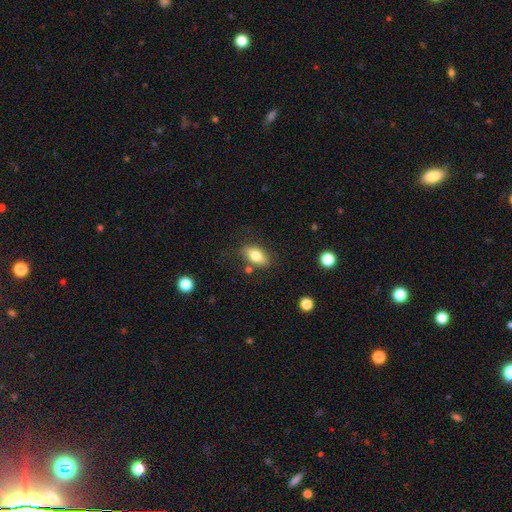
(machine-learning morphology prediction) smooth-or-featured: smooth: 77% | featured or disk: 15% | star or artifact: 8%
  how-rounded: in between: 87% | cigar-shaped: 7% | round: 6%
  merging: none: 78% | minor disturbance: 14% | merger: 5% | major disturbance: 4%